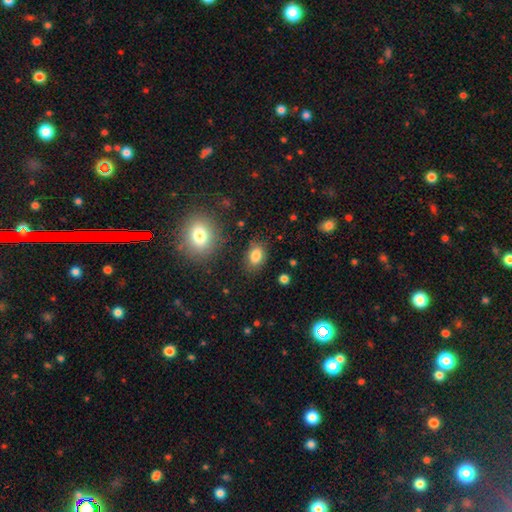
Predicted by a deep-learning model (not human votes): A smooth galaxy with no disk features (83%) that is in between round and cigar-shaped (78%). Merging: none (81%).